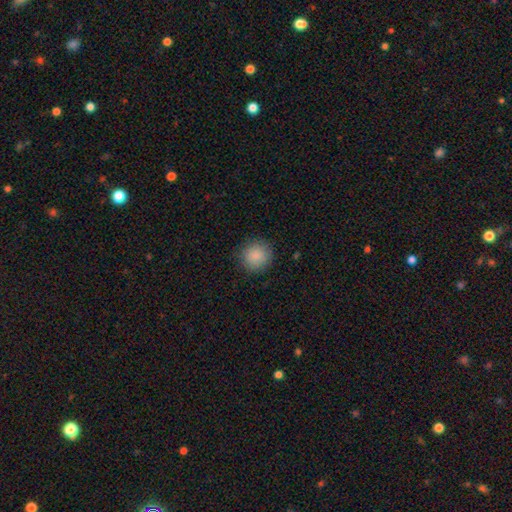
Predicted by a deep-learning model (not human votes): Q: Smooth or featured?
A: smooth (88%); runner-up: star or artifact (9%)
Q: How rounded?
A: round (93%); runner-up: in between (6%)
Q: Merging?
A: none (89%); runner-up: minor disturbance (8%)